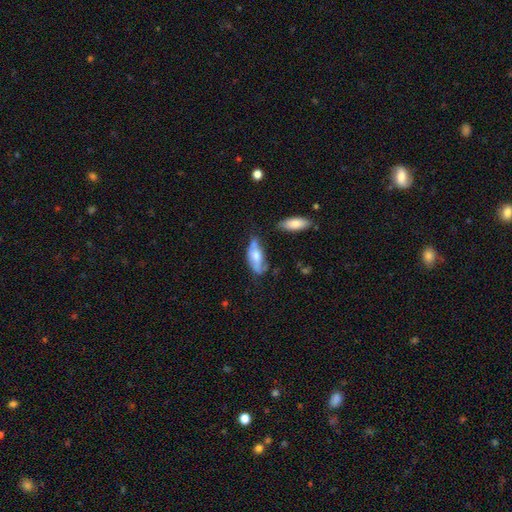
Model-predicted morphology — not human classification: Overall: smooth (54%; featured or disk 39%). How rounded: in between (76%). Merging: none (42%; minor disturbance 33%).